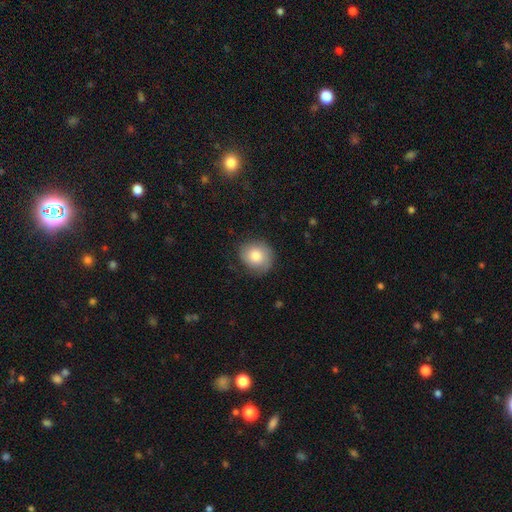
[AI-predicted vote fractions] Smooth or featured?
  - smooth: 77% *
  - featured or disk: 16%
  - star or artifact: 7%
How rounded?
  - round: 80% *
  - in between: 19%
  - cigar-shaped: 1%
Merging?
  - none: 75% *
  - minor disturbance: 18%
  - major disturbance: 6%
  - merger: 1%